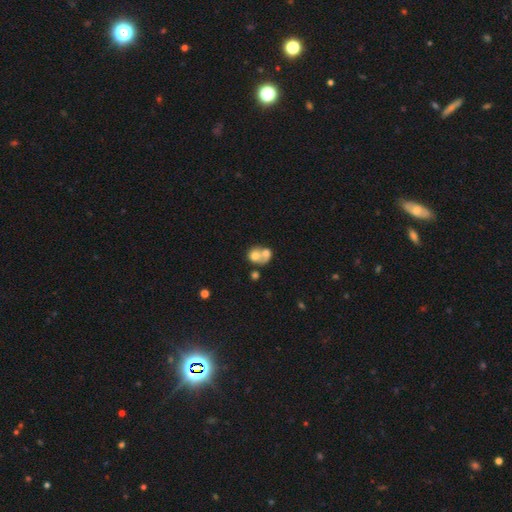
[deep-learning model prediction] Smooth or featured? Predicted: smooth (p=0.65). How rounded? Predicted: round (p=0.63). Merging? Predicted: merger (p=0.69).